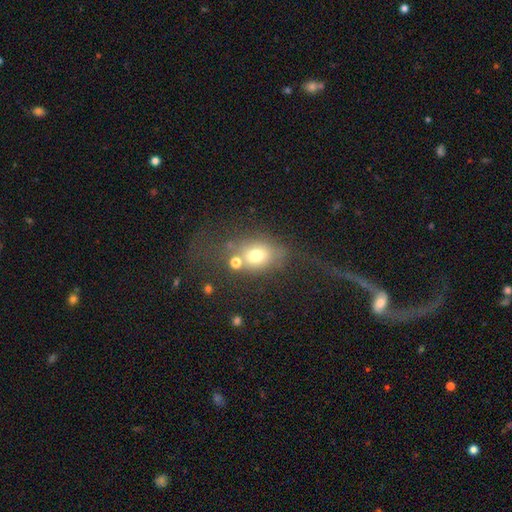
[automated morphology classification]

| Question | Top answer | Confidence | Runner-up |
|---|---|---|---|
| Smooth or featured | smooth | 69% | featured or disk (17%) |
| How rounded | in between | 55% | round (43%) |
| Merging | none | 43% | merger (21%) |